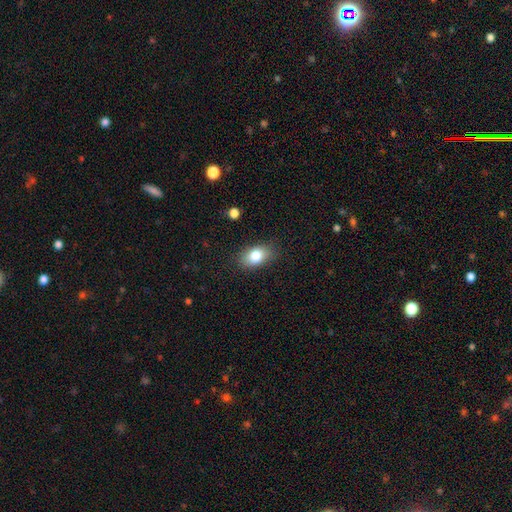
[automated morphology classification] Smooth or featured? smooth (80%)
How rounded? in between (85%)
Merging? none (83%)